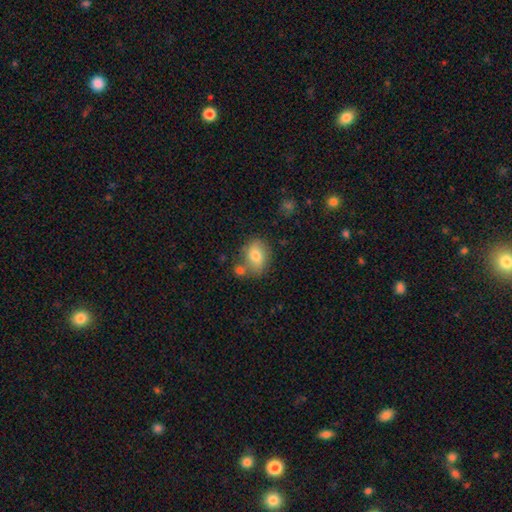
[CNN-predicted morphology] smooth 78%, featured or disk 14%, star or artifact 8%. Down the decision tree: how rounded — in between (65%); merging — none (64%).